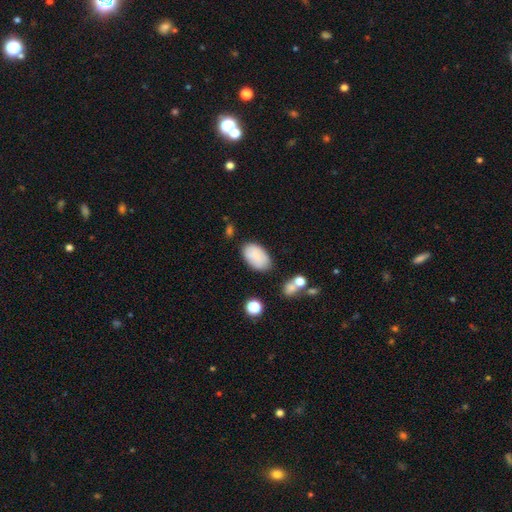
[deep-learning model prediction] Smooth or featured?
  - smooth: 81% *
  - featured or disk: 11%
  - star or artifact: 8%
How rounded?
  - in between: 93% *
  - round: 5%
  - cigar-shaped: 1%
Merging?
  - none: 78% *
  - minor disturbance: 15%
  - major disturbance: 4%
  - merger: 3%